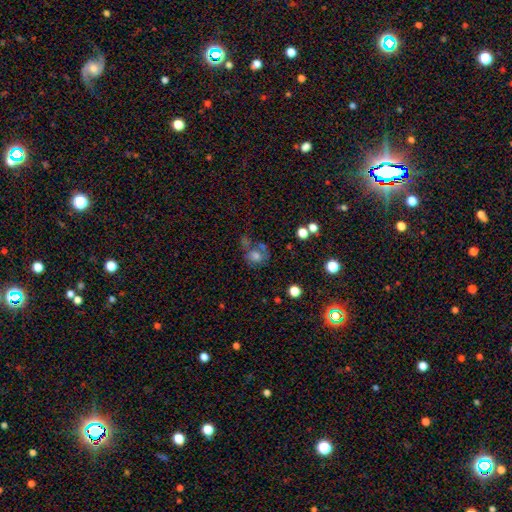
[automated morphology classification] The model was most divided on "merging": none: 35%, merger: 28%, major disturbance: 19%, minor disturbance: 17%. More confident: how rounded — round (64%); smooth or featured — smooth (54%).